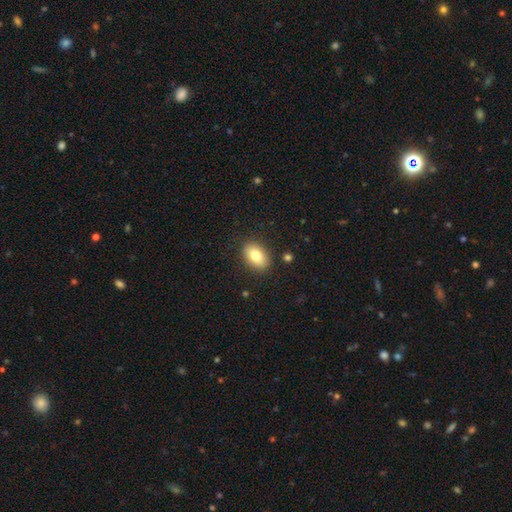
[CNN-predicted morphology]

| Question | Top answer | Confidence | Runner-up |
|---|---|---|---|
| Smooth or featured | smooth | 80% | featured or disk (12%) |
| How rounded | in between | 87% | round (12%) |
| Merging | none | 87% | minor disturbance (9%) |